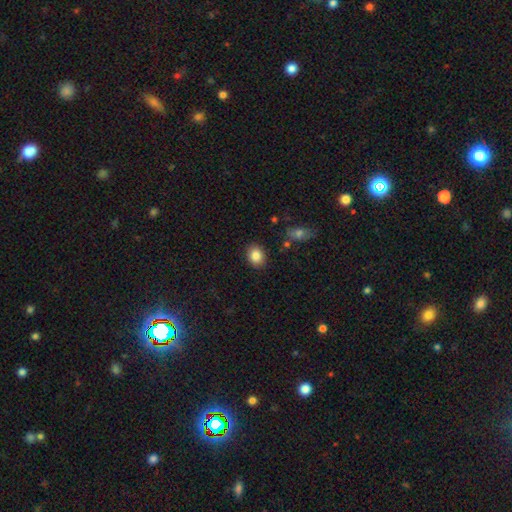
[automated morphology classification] smooth_or_featured: smooth (p=0.85) [alt: star or artifact p=0.09]
how_rounded: in between (p=0.58) [alt: round p=0.41]
merging: none (p=0.87) [alt: minor disturbance p=0.08]